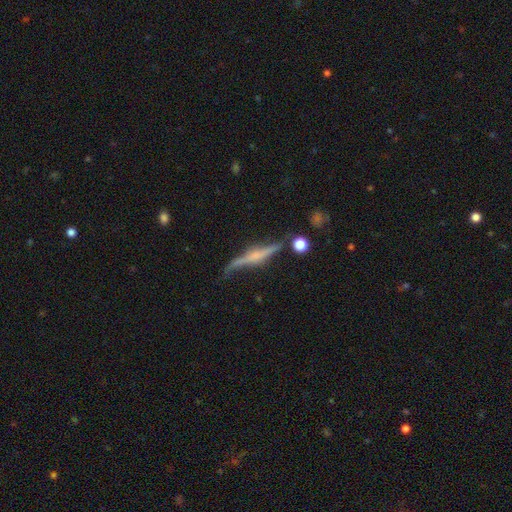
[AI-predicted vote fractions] smooth-or-featured: featured or disk: 73% | smooth: 19% | star or artifact: 8%
  disk-edge-on: yes: 93% | no: 7%
    edge-on-bulge: rounded: 62% | none: 20% | boxy: 19%
  merging: none: 64% | minor disturbance: 23% | major disturbance: 8% | merger: 5%